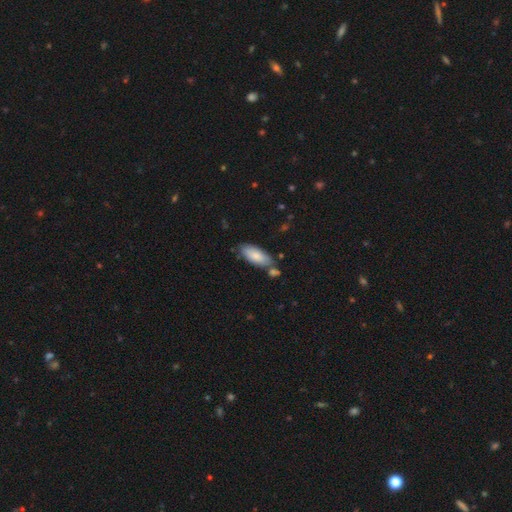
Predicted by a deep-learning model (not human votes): This is clearly a smooth galaxy (82%). How rounded: clearly in between (83%). Merging: likely none (69%).